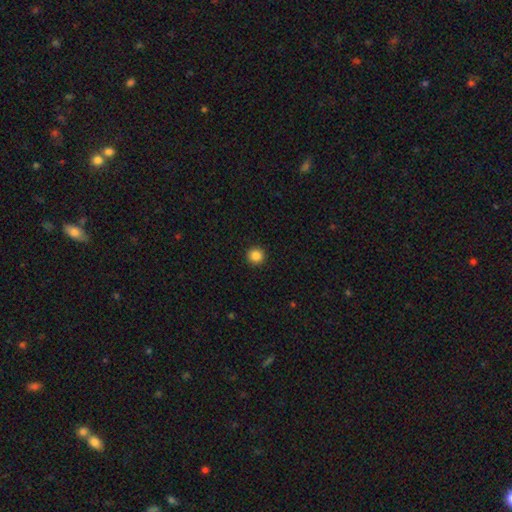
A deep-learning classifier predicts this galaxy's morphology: type=smooth (86%); roundness=round (95%); merging=none (93%).